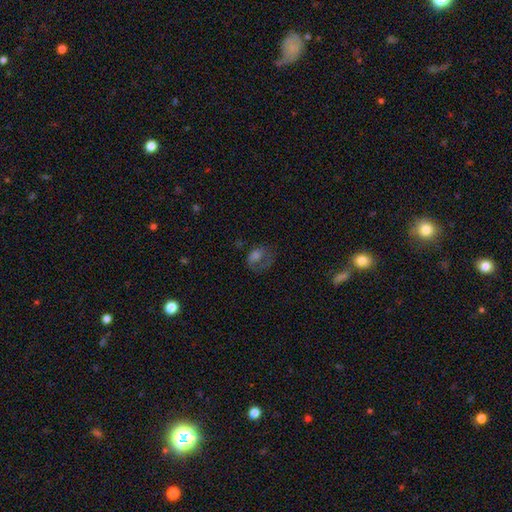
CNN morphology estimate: A smooth galaxy with no disk features (49%).

Vote fractions:
- Smooth or featured? smooth: 49% / featured or disk: 31% / star or artifact: 20%
- Merging? none: 39% / major disturbance: 37% / minor disturbance: 21% / merger: 3%